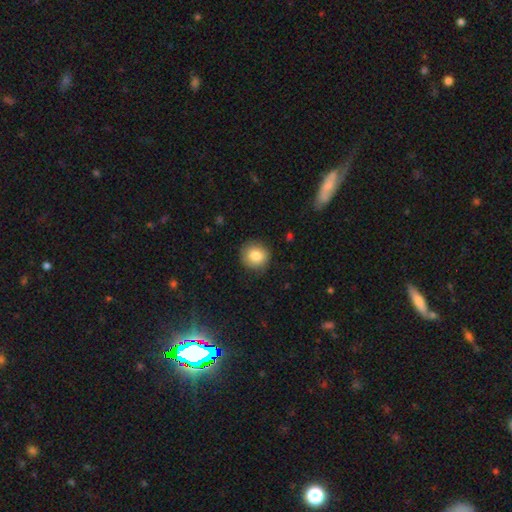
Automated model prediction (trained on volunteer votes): A smooth galaxy with no disk features (83%) that is round (88%).

Vote fractions:
- Smooth or featured? smooth: 83% / featured or disk: 8% / star or artifact: 8%
- How rounded? round: 88% / in between: 11% / cigar-shaped: 1%
- Merging? none: 83% / minor disturbance: 13% / major disturbance: 3% / merger: 1%